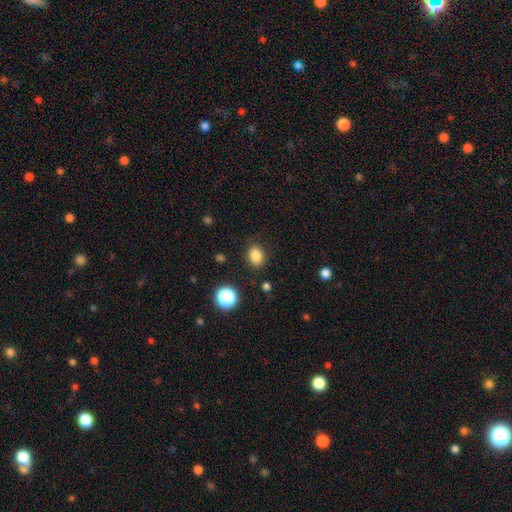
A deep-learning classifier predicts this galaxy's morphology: This is clearly a smooth galaxy (84%). How rounded: likely in between (62%). Merging: clearly none (85%).